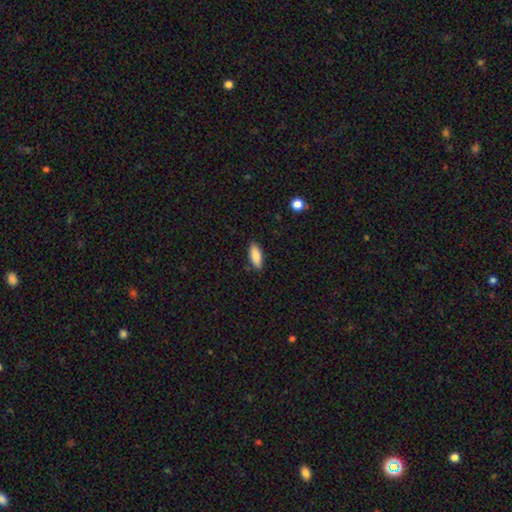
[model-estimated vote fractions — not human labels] Morphology: type=smooth (87%); roundness=in between (77%); merging=none (86%).